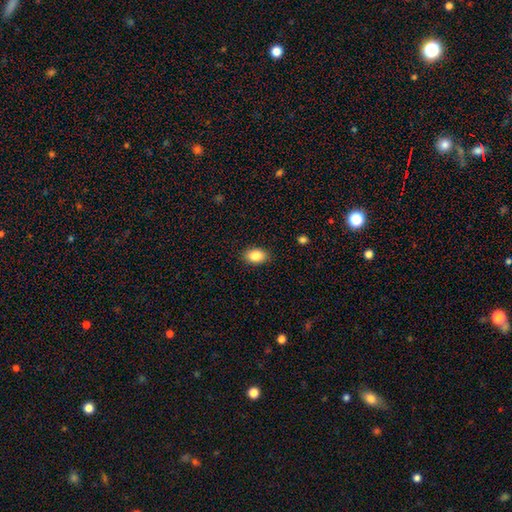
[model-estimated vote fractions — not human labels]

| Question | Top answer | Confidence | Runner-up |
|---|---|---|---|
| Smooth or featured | smooth | 86% | star or artifact (8%) |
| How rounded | in between | 85% | round (14%) |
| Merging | none | 88% | minor disturbance (9%) |